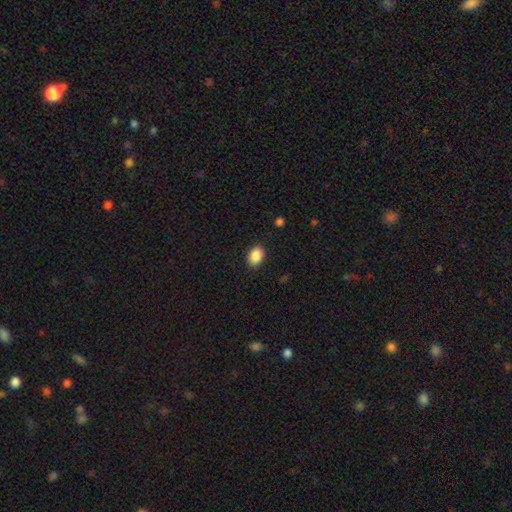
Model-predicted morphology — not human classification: A smooth galaxy with no disk features (89%) that is in between round and cigar-shaped (81%). Merging: none (88%).